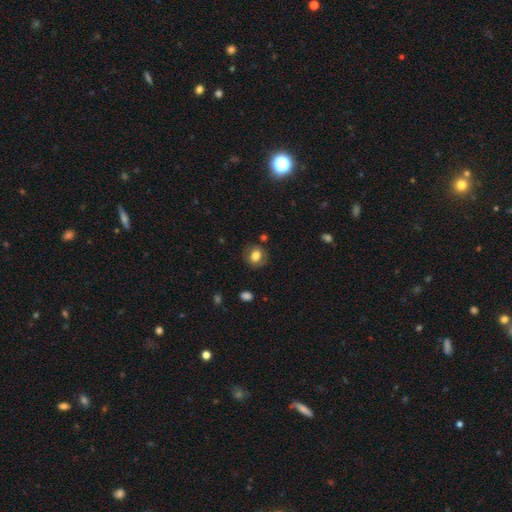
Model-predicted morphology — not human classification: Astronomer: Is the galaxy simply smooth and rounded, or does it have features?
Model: smooth — 74%.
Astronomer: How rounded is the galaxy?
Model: round — 66%.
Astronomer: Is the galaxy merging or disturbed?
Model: none — 79%.